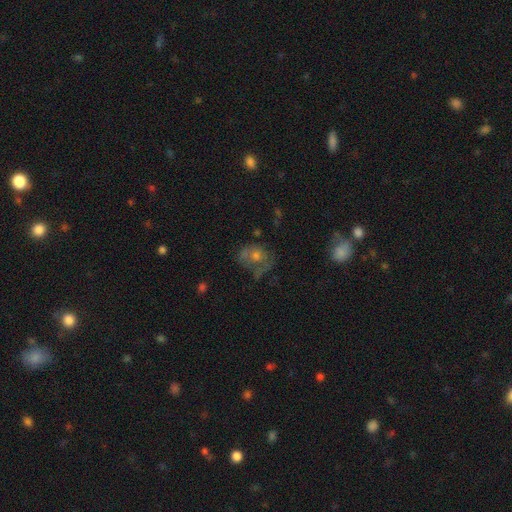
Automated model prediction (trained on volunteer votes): This appears to be a featured or disk galaxy (44%). Merging: none (46%).